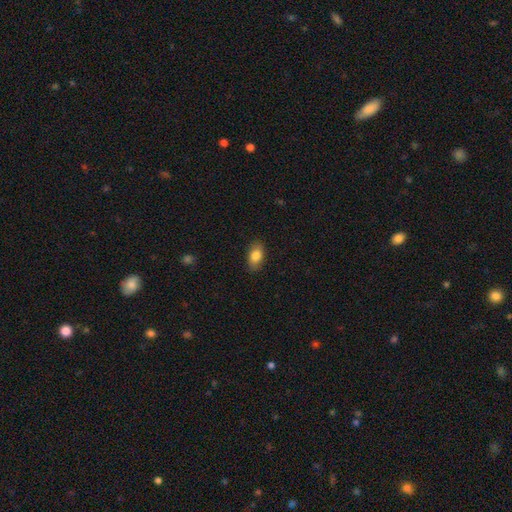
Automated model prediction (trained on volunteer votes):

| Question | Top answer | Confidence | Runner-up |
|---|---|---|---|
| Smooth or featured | smooth | 83% | featured or disk (10%) |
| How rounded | in between | 88% | round (9%) |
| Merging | none | 85% | minor disturbance (11%) |